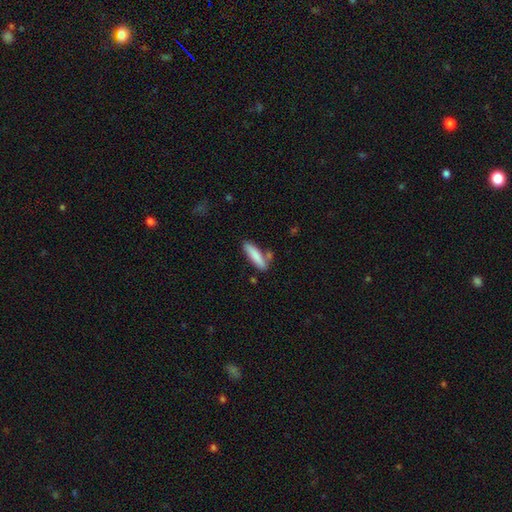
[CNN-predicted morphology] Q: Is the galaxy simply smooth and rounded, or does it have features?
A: smooth — 81%.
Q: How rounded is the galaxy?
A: cigar-shaped — 75%.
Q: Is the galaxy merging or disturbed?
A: none — 72%.